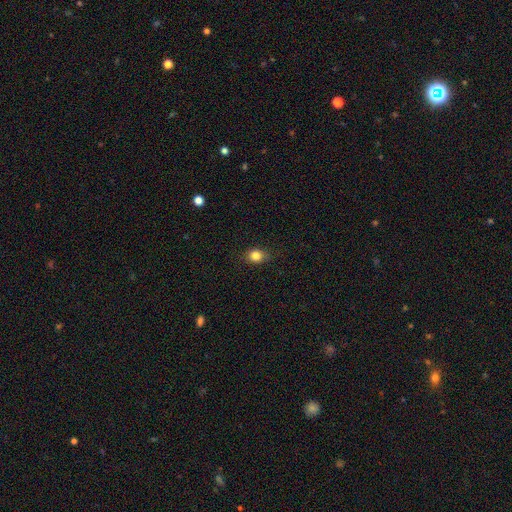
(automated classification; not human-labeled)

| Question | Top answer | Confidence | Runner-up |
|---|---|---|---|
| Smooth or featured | smooth | 83% | star or artifact (11%) |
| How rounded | round | 60% | in between (39%) |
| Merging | none | 83% | minor disturbance (13%) |